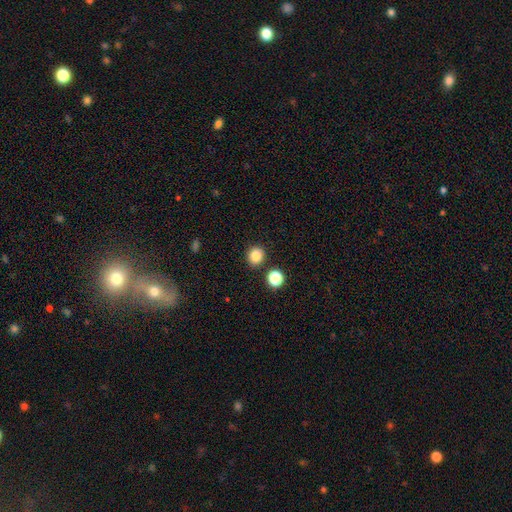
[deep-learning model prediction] Smooth or featured: smooth — 84% (star or artifact — 12%)
How rounded: round — 89% (in between — 10%)
Merging: none — 88% (minor disturbance — 6%)